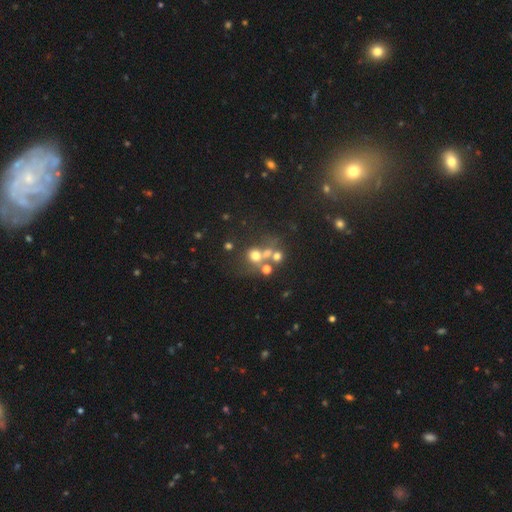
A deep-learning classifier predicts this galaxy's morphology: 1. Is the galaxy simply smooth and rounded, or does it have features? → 56% smooth, 23% star or artifact, 22% featured or disk.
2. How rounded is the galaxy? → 81% round, 18% in between, 1% cigar-shaped.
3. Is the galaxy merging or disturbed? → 43% none, 38% merger, 10% minor disturbance, 9% major disturbance.